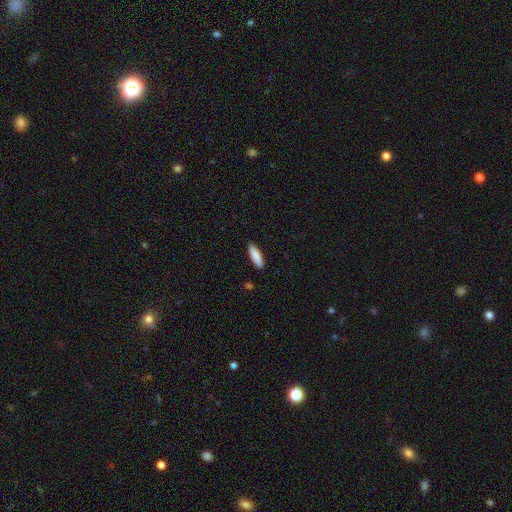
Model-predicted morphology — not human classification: Q: Smooth or featured?
A: smooth (88%); runner-up: featured or disk (6%)
Q: How rounded?
A: cigar-shaped (55%); runner-up: in between (43%)
Q: Merging?
A: none (89%); runner-up: minor disturbance (8%)